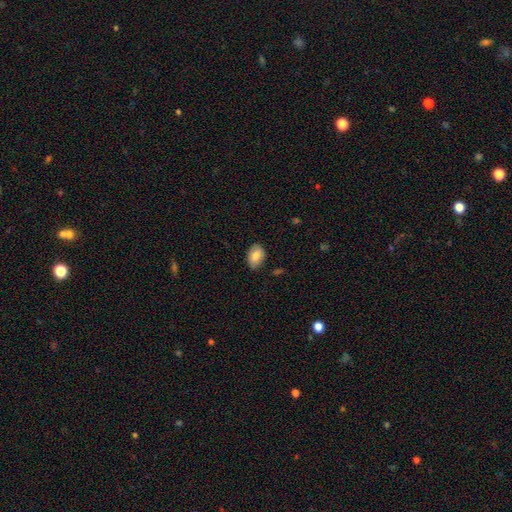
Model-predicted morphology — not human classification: The model was most divided on "merging": none: 82%, minor disturbance: 15%, major disturbance: 2%, merger: 1%. More confident: how rounded — in between (84%); smooth or featured — smooth (81%).